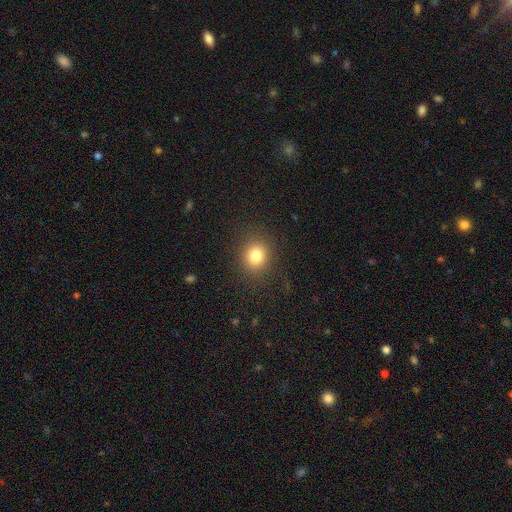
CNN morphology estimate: Smooth or featured?
  - smooth: 81% *
  - star or artifact: 12%
  - featured or disk: 7%
How rounded?
  - round: 75% *
  - in between: 24%
  - cigar-shaped: 1%
Merging?
  - none: 87% *
  - minor disturbance: 8%
  - major disturbance: 4%
  - merger: 1%